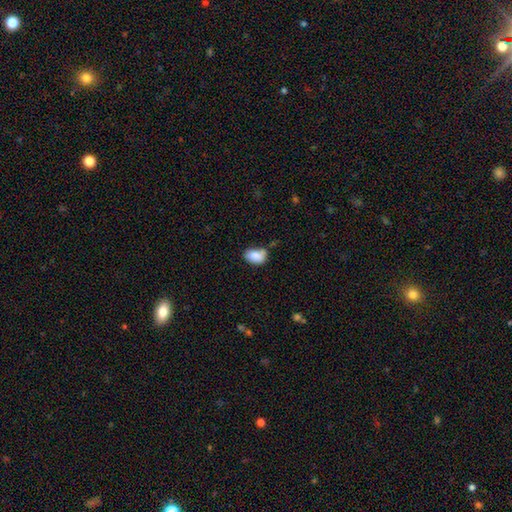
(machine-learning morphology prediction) smooth-or-featured: smooth: 85% | star or artifact: 8% | featured or disk: 7%
  how-rounded: in between: 83% | round: 16% | cigar-shaped: 1%
  merging: none: 49% | minor disturbance: 32% | merger: 11% | major disturbance: 8%